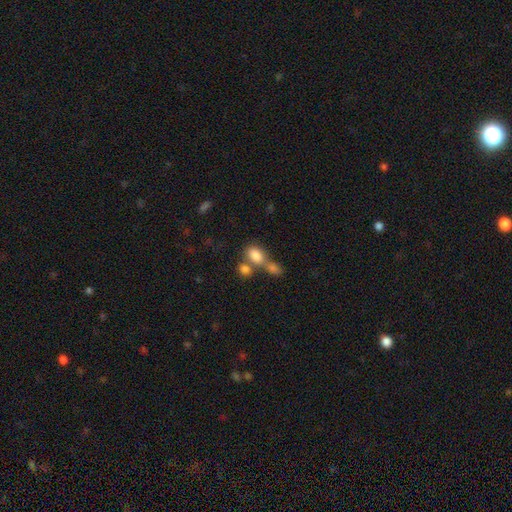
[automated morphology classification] smooth 80%, star or artifact 10%, featured or disk 10%. Down the decision tree: how rounded — in between (82%); merging — merger (51%).